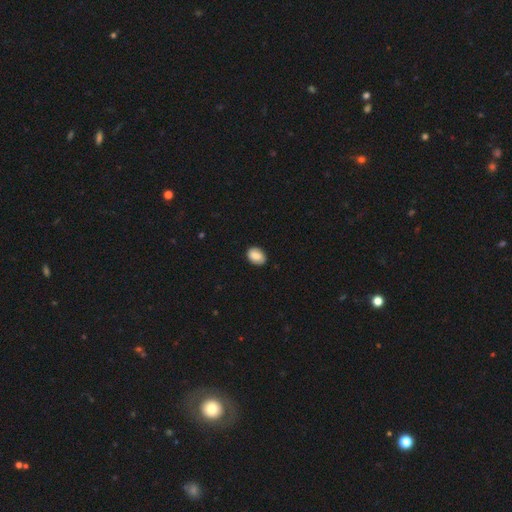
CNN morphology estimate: smooth_or_featured: smooth (p=0.85) [alt: featured or disk p=0.08]
how_rounded: in between (p=0.78) [alt: round p=0.21]
merging: none (p=0.86) [alt: minor disturbance p=0.11]